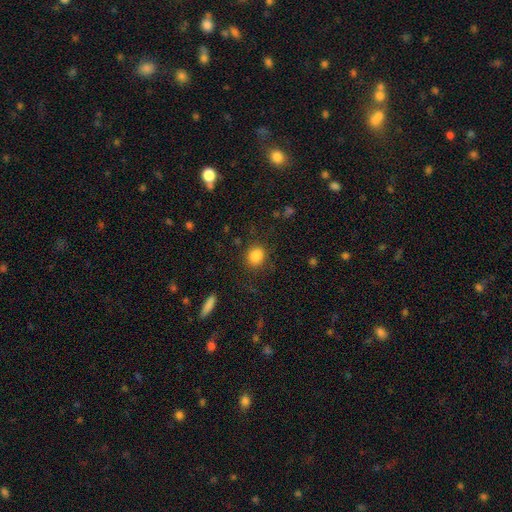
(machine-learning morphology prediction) This appears to be a smooth galaxy with no disk features (85%) that is round (64%). Merging: none (79%).